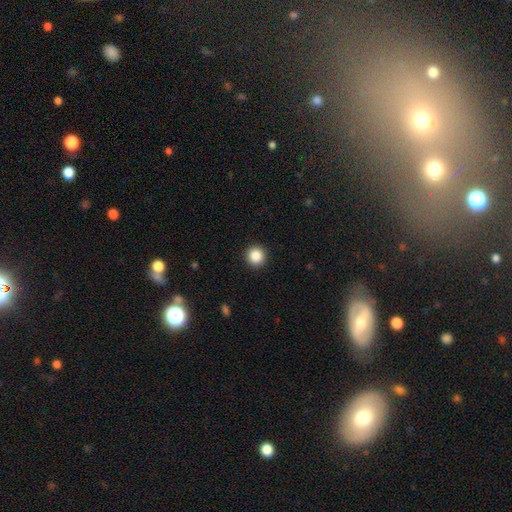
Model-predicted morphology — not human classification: Smooth or featured? smooth (87%)
How rounded? round (94%)
Merging? none (92%)